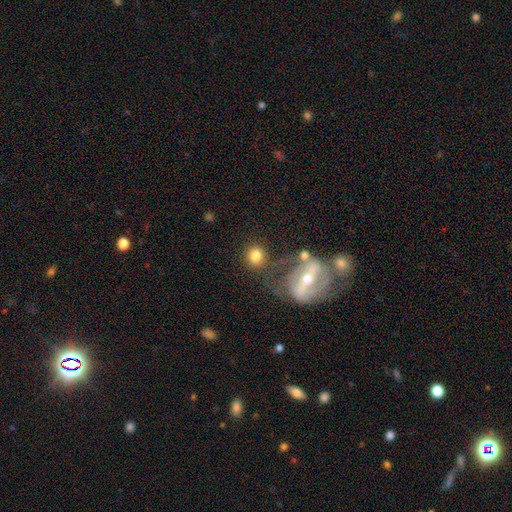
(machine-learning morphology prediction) Smooth or featured?
  - smooth: 71% *
  - featured or disk: 20%
  - star or artifact: 9%
How rounded?
  - round: 80% *
  - in between: 18%
  - cigar-shaped: 2%
Merging?
  - none: 65% *
  - merger: 15%
  - minor disturbance: 12%
  - major disturbance: 7%